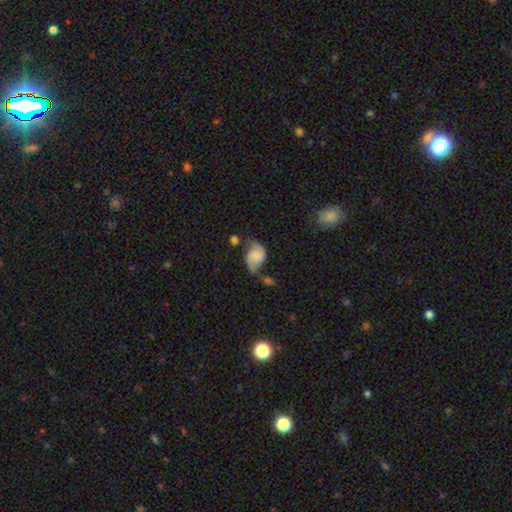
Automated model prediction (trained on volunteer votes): The model was most divided on "spiral winding": loose: 46%, medium: 39%, tight: 15%. Remaining: edge-on disk — no (97%); spiral arms — yes (89%); spiral arm count — 2 (87%); bar — no (59%); smooth or featured — featured or disk (58%); bulge size — none (49%); merging — none (41%).